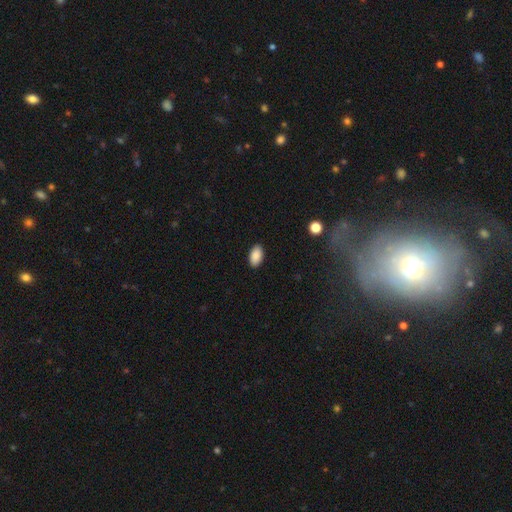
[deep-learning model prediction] smooth_or_featured: smooth (p=0.90) [alt: star or artifact p=0.07]
how_rounded: in between (p=0.94) [alt: round p=0.04]
merging: none (p=0.90) [alt: minor disturbance p=0.08]